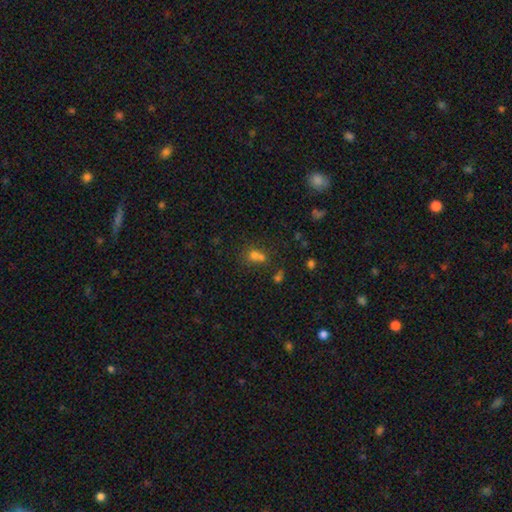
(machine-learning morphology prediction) Smooth or featured?
  - smooth: 65% *
  - star or artifact: 22%
  - featured or disk: 13%
How rounded?
  - round: 65% *
  - in between: 33%
  - cigar-shaped: 2%
Merging?
  - merger: 51% *
  - none: 35%
  - minor disturbance: 9%
  - major disturbance: 5%